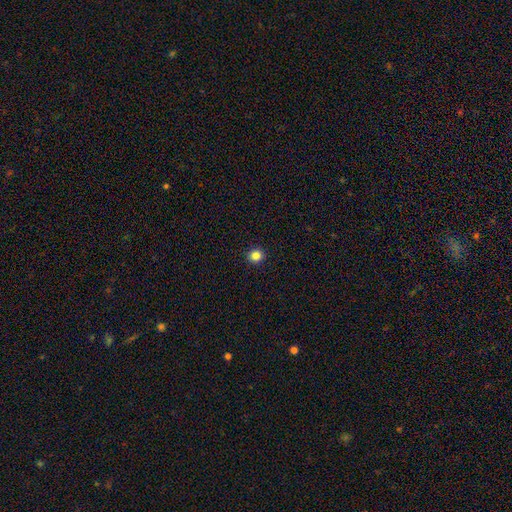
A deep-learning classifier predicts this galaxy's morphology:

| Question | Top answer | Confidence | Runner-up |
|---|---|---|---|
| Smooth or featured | smooth | 84% | star or artifact (12%) |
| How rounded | round | 90% | in between (9%) |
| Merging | none | 93% | minor disturbance (4%) |